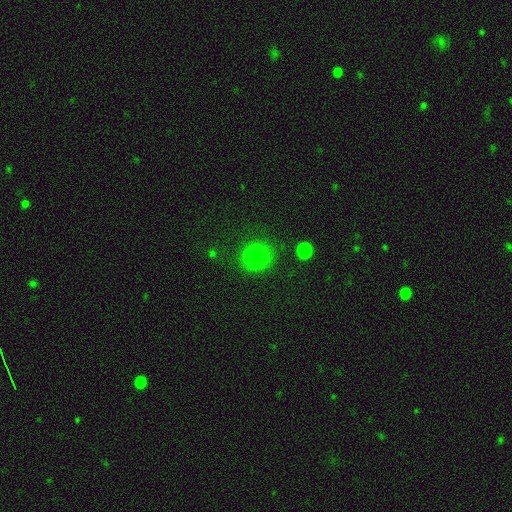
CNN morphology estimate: Smooth or featured? smooth (81%)
How rounded? round (89%)
Merging? none (84%)